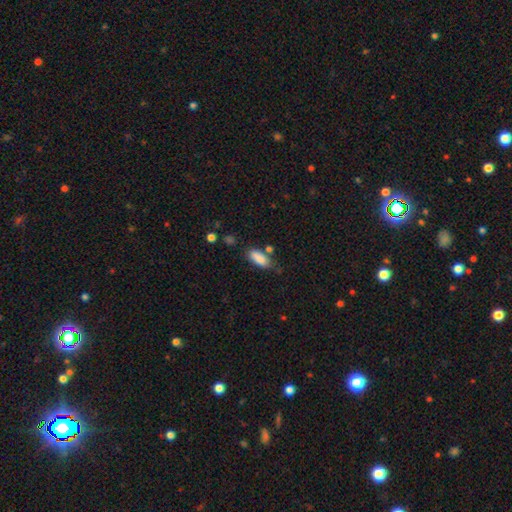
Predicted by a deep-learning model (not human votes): Overall: smooth (82%). How rounded: in between (75%). Merging: none (68%).